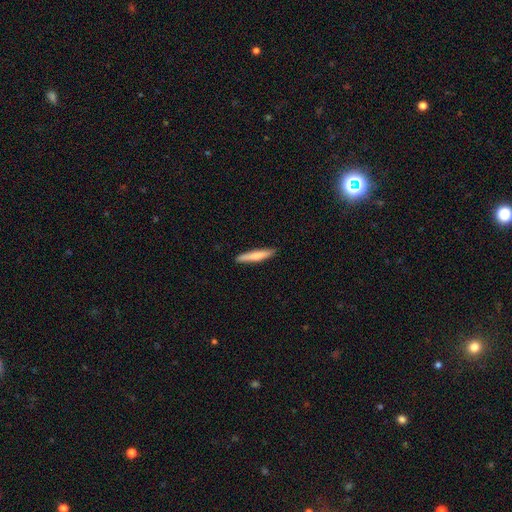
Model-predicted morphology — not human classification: A smooth galaxy with no disk features (74%) that is cigar-shaped (93%).

Vote fractions:
- Smooth or featured? smooth: 74% / featured or disk: 21% / star or artifact: 5%
- How rounded? cigar-shaped: 93% / in between: 6% / round: 1%
- Merging? none: 90% / minor disturbance: 7% / major disturbance: 1% / merger: 1%